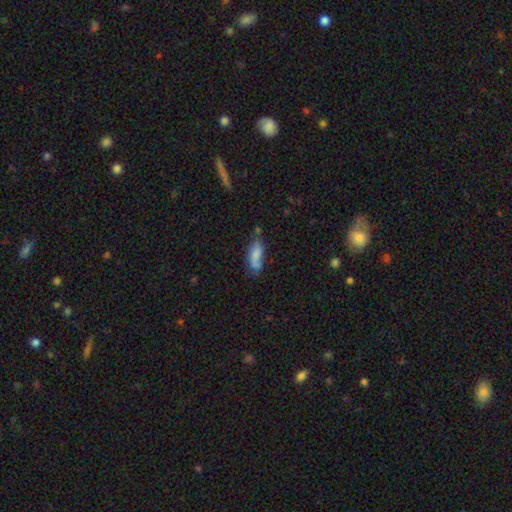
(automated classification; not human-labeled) smooth-or-featured: smooth: 73% | featured or disk: 19% | star or artifact: 8%
  how-rounded: in between: 79% | cigar-shaped: 18% | round: 3%
  merging: none: 49% | minor disturbance: 28% | merger: 13% | major disturbance: 10%